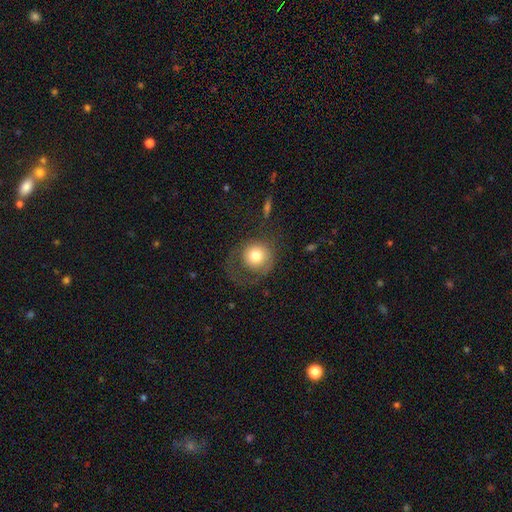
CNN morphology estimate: Smooth or featured: smooth — 69% (featured or disk — 22%)
How rounded: round — 85% (in between — 14%)
Merging: none — 41% (major disturbance — 38%)